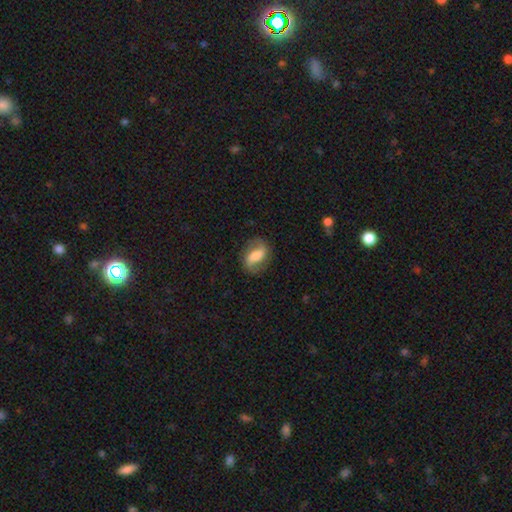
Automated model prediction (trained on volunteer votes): smooth-or-featured: featured or disk: 63% | smooth: 30% | star or artifact: 7%
  disk-edge-on: no: 95% | yes: 5%
    bar: strong: 38% | weak: 37% | no: 25%
    has-spiral-arms: yes: 87% | no: 13%
      spiral-winding: loose: 54% | medium: 34% | tight: 13%
      spiral-arm-count: 2: 89% | can't tell: 4% | 1: 3% | 3: 1% | 4: 1% | more than 4: 1%
    bulge-size: moderate: 42% | small: 24% | large: 21% | none: 9% | dominant: 4%
  merging: none: 78% | minor disturbance: 14% | major disturbance: 6% | merger: 1%